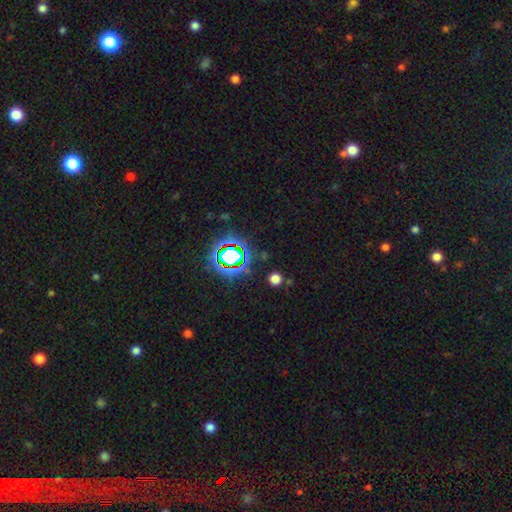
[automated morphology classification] Smooth or featured?
  - star or artifact: 74% *
  - smooth: 18%
  - featured or disk: 8%